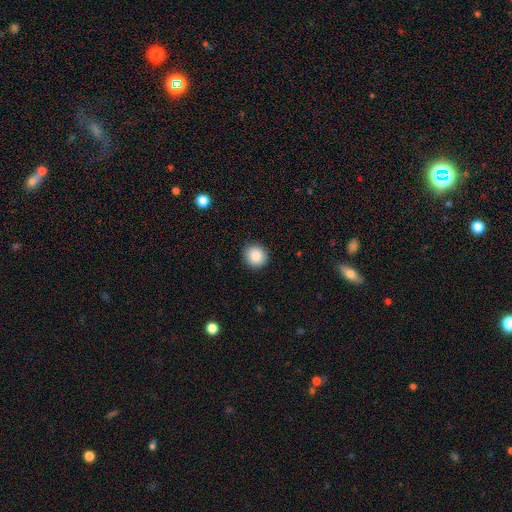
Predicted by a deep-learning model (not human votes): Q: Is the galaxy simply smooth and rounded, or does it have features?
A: smooth — 86%.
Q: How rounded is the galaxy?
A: round — 91%.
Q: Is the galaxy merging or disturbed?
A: none — 91%.